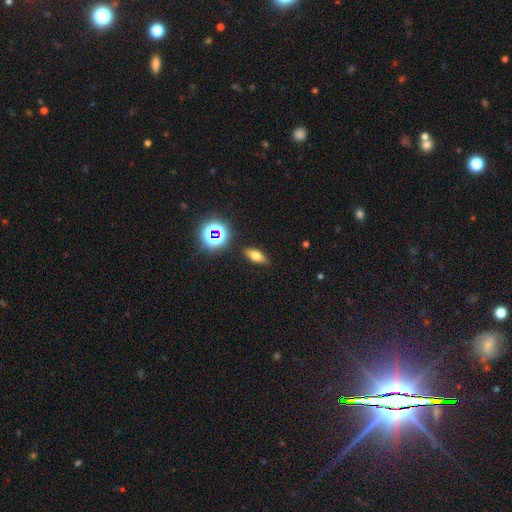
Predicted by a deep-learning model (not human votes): smooth-or-featured: smooth: 62% | featured or disk: 21% | star or artifact: 17%
  how-rounded: in between: 68% | cigar-shaped: 24% | round: 8%
  merging: none: 87% | minor disturbance: 8% | major disturbance: 2% | merger: 2%